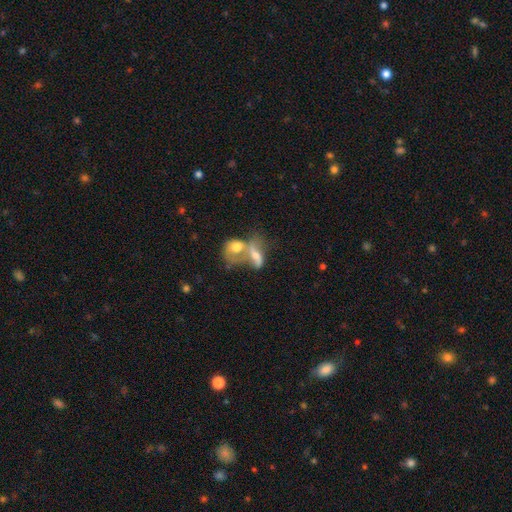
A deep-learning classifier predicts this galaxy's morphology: smooth-or-featured: featured or disk: 45% (tied) | smooth: 45% (tied) | star or artifact: 10%
  merging: merger: 74% | none: 10% | major disturbance: 10% | minor disturbance: 6%